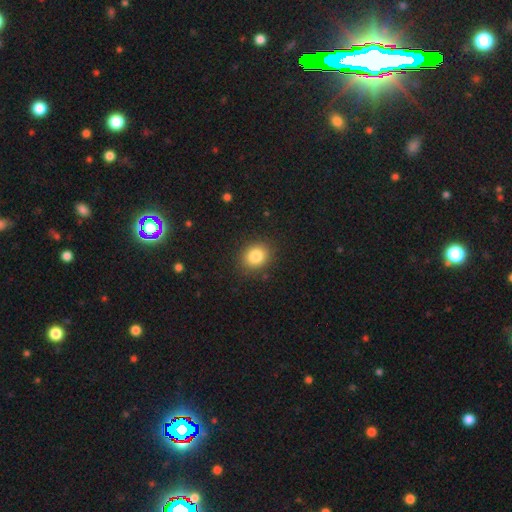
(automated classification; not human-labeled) The model was most divided on "how rounded": round: 63%, in between: 36%, cigar-shaped: 1%. More confident: merging — none (88%); smooth or featured — smooth (84%).